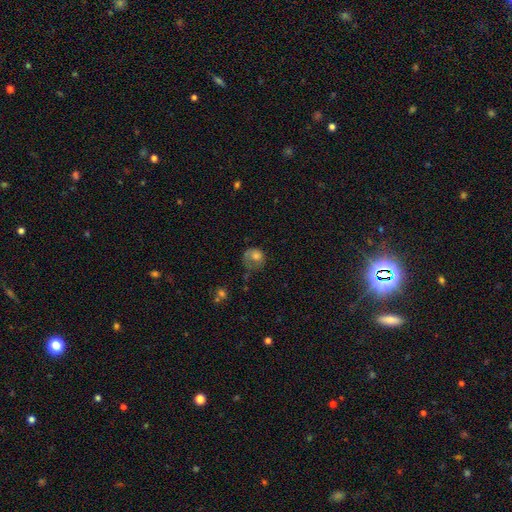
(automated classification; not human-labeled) Morphology: type=smooth (65%); roundness=round (68%); merging=major disturbance (38%).